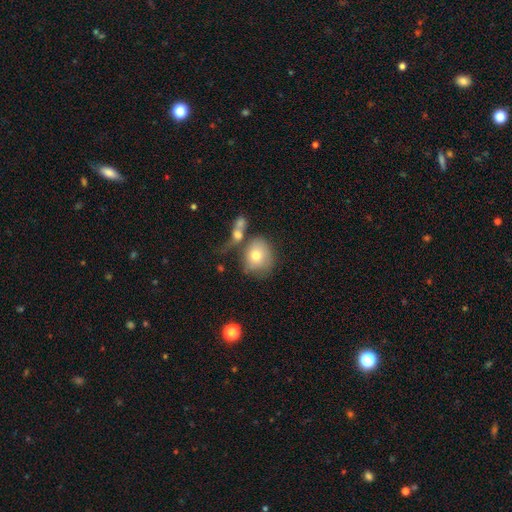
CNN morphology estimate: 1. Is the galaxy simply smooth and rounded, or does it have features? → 71% smooth, 20% featured or disk, 9% star or artifact.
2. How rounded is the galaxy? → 70% round, 29% in between, 1% cigar-shaped.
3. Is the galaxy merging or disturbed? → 42% none, 28% merger, 17% minor disturbance, 12% major disturbance.